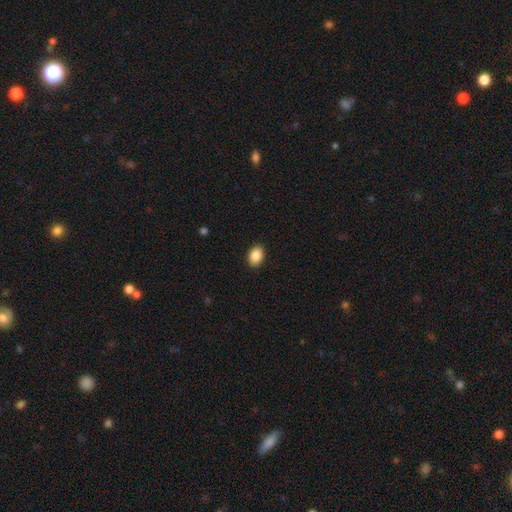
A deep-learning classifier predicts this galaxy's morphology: type=smooth (88%); roundness=in between (79%); merging=none (90%).